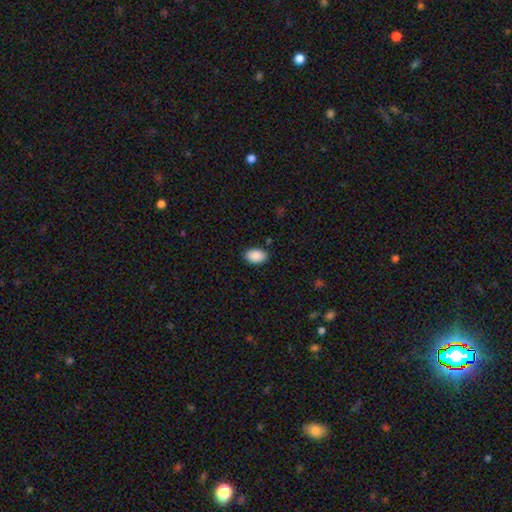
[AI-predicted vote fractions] Smooth or featured? smooth (90%)
How rounded? in between (89%)
Merging? none (87%)